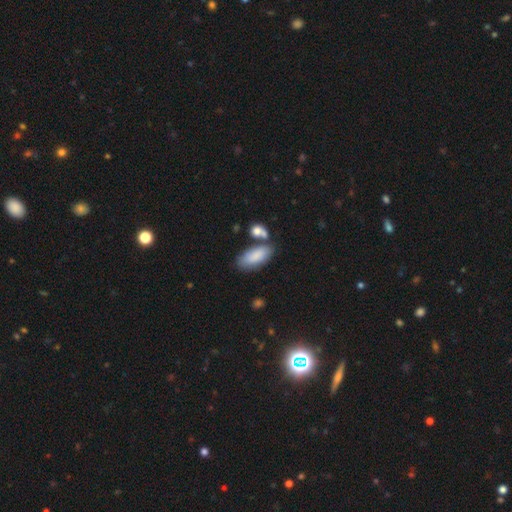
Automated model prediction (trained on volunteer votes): A smooth galaxy with no disk features (84%) that is in between round and cigar-shaped (86%). Merging: none (56%).